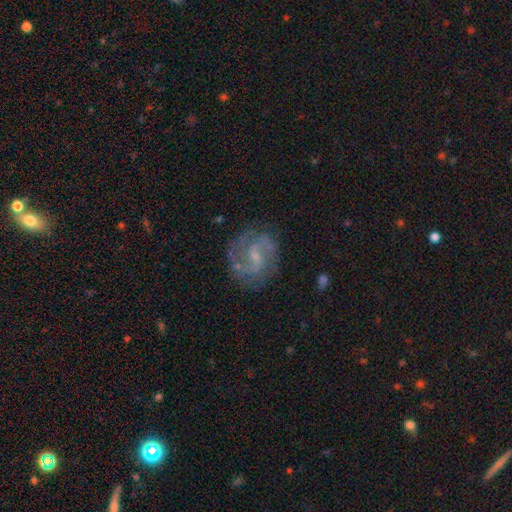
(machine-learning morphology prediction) This is clearly a featured or disk galaxy (86%). It is clearly not viewed edge-on (98%). Bar: possibly weak (57%). Spiral arm pattern: clearly yes (96%). Spiral arm count: clearly 2 (84%). Spiral winding: possibly medium (56%). Central bulge: likely small (63%). Merging: likely none (77%).